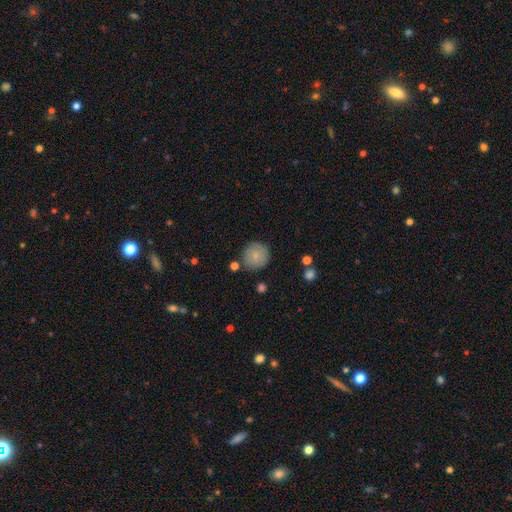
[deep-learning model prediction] The model was most divided on "smooth or featured": smooth: 80%, featured or disk: 12%, star or artifact: 8%. More confident: how rounded — round (93%); merging — none (82%).